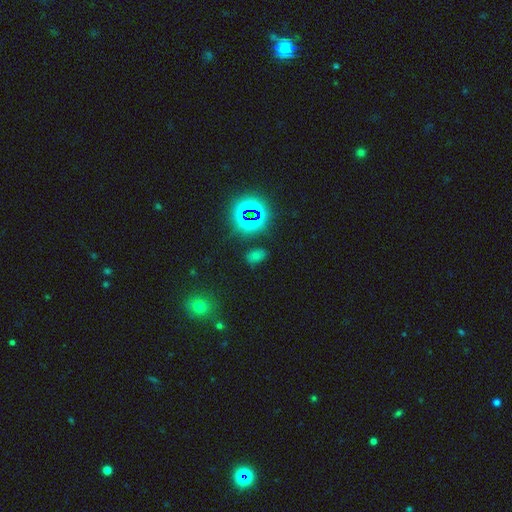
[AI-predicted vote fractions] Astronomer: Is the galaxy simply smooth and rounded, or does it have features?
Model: smooth — 55% (runner-up: star or artifact, 37%).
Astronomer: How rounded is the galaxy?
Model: in between — 84%.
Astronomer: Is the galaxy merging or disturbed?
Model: none — 77%.